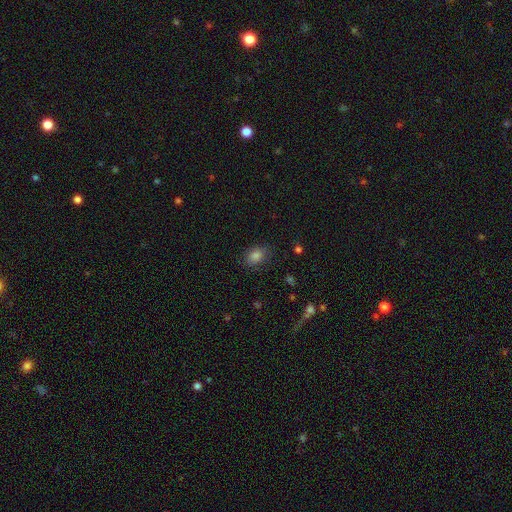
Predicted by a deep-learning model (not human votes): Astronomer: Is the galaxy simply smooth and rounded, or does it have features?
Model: smooth — 80%.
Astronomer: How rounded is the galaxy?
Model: in between — 72%.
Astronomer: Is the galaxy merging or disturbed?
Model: none — 82%.